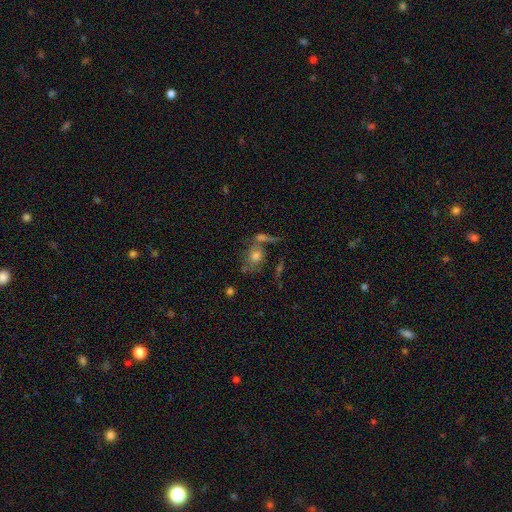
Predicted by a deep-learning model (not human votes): Morphology: type=smooth (60%); roundness=round (56%); merging=none (47%).